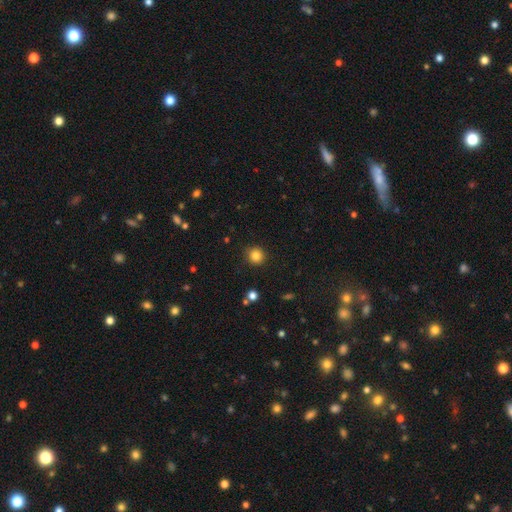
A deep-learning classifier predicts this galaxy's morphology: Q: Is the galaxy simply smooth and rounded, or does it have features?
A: smooth — 84%.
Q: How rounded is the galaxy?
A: round — 92%.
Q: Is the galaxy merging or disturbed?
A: none — 90%.